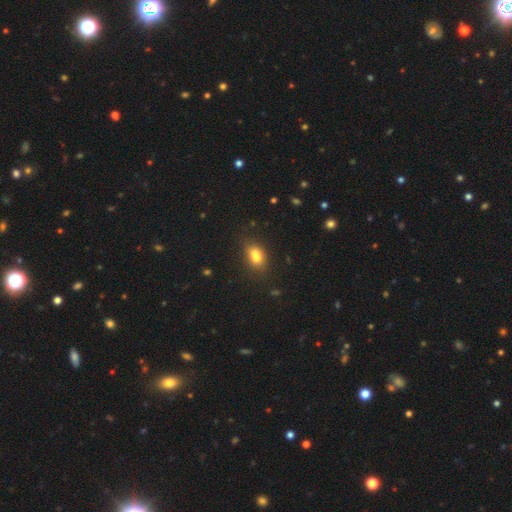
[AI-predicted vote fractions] Smooth or featured?
  - smooth: 72% *
  - featured or disk: 16%
  - star or artifact: 12%
How rounded?
  - in between: 70% *
  - round: 28%
  - cigar-shaped: 3%
Merging?
  - merger: 44% *
  - none: 38%
  - minor disturbance: 13%
  - major disturbance: 5%